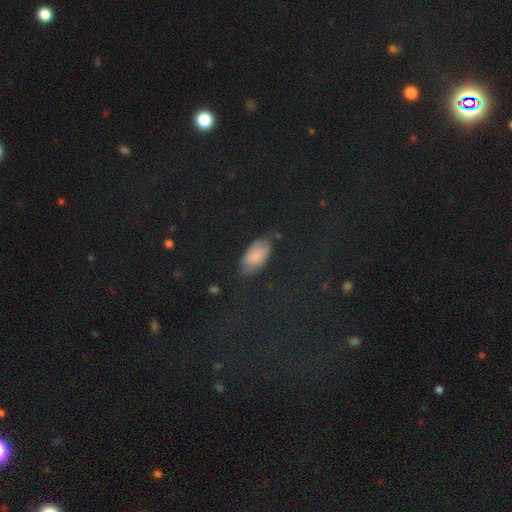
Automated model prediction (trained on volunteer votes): Overall: smooth (63%). How rounded: in between (92%). Merging: none (64%; minor disturbance 26%).